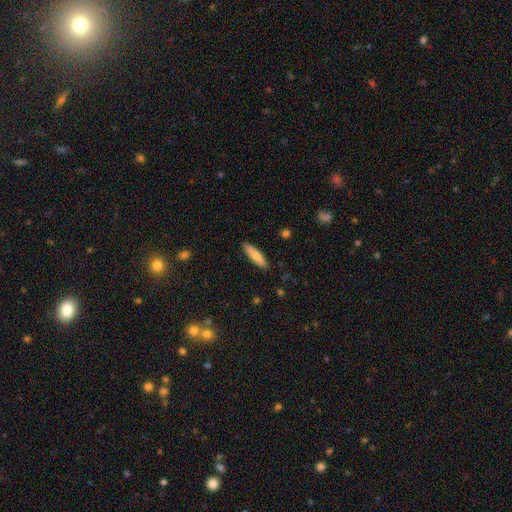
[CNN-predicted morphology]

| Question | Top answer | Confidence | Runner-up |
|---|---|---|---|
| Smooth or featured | smooth | 80% | featured or disk (14%) |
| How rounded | cigar-shaped | 68% | in between (30%) |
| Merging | none | 88% | minor disturbance (9%) |